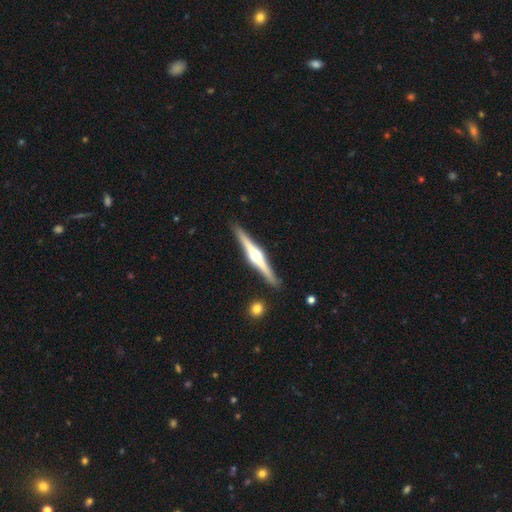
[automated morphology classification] The model was most divided on "smooth or featured": featured or disk: 83%, smooth: 12%, star or artifact: 4%. More confident: edge-on disk — yes (98%); edge-on bulge — rounded (95%); merging — none (90%).